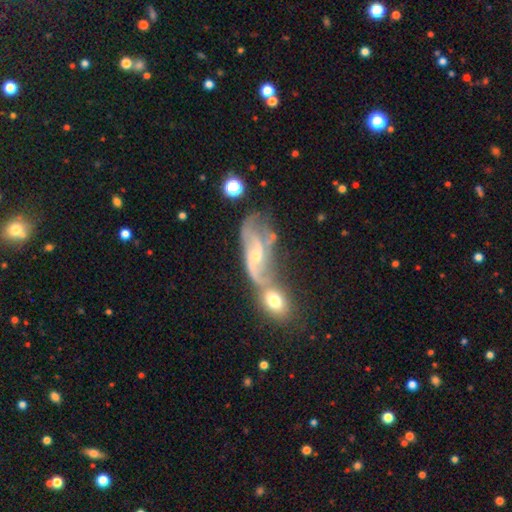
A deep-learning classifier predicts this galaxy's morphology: This appears to be a featured or disk galaxy (76%) with no bar (48%), 2 (53%) medium (39%) spiral arms (85%) and a small central bulge (62%). Merging: merger (45%).